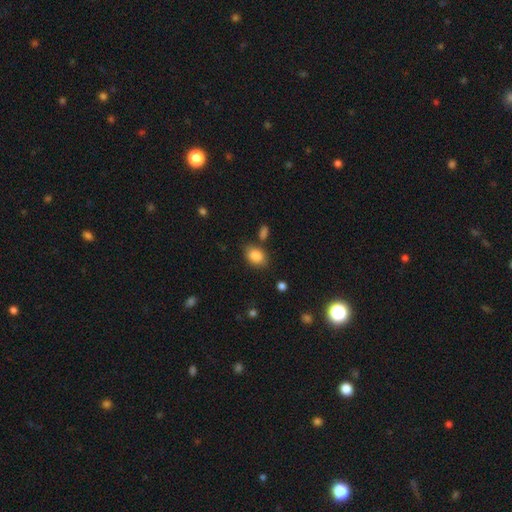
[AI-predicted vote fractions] Smooth or featured: smooth — 86% (star or artifact — 8%)
How rounded: in between — 75% (round — 24%)
Merging: none — 76% (minor disturbance — 14%)